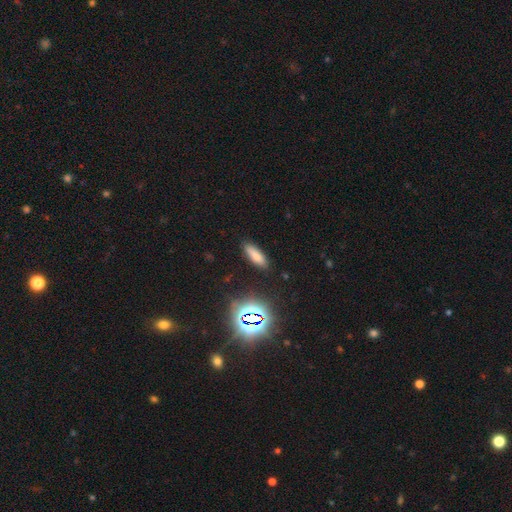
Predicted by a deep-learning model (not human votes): smooth_or_featured: smooth (p=0.76) [alt: star or artifact p=0.16]
how_rounded: cigar-shaped (p=0.48) [tied with: in between p=0.48]
merging: none (p=0.87) [alt: minor disturbance p=0.08]